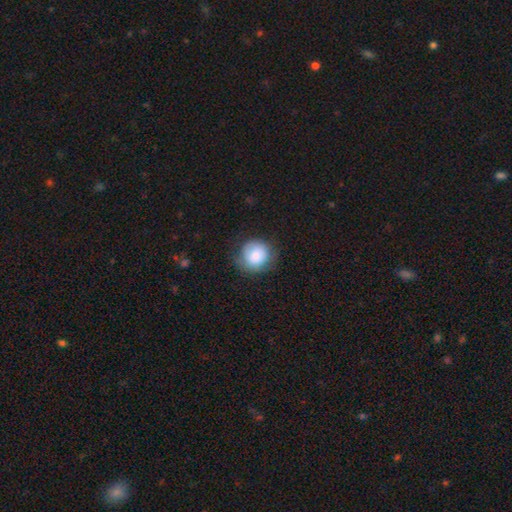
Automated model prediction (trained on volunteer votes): smooth-or-featured: smooth: 81% | featured or disk: 11% | star or artifact: 8%
  how-rounded: round: 88% | in between: 11% | cigar-shaped: 1%
  merging: none: 74% | minor disturbance: 18% | major disturbance: 6% | merger: 1%